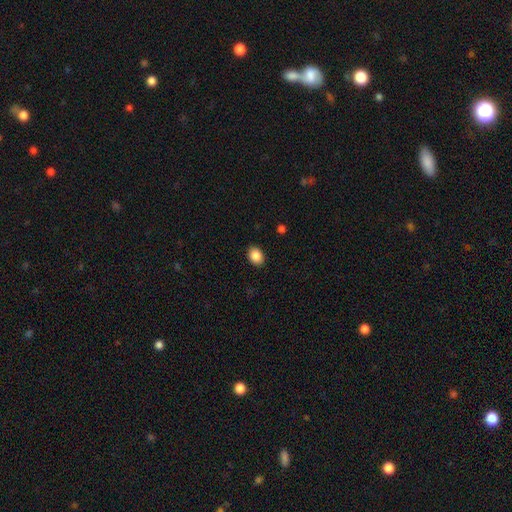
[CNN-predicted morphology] Smooth or featured? smooth (87%)
How rounded? in between (69%)
Merging? none (90%)